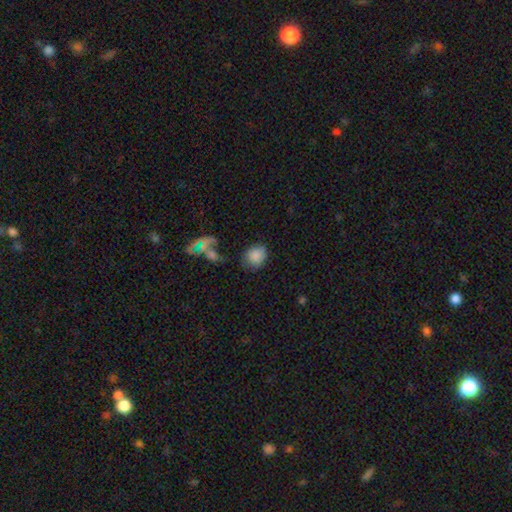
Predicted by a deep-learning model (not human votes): Smooth or featured? smooth (83%)
How rounded? round (54%)
Merging? none (57%)